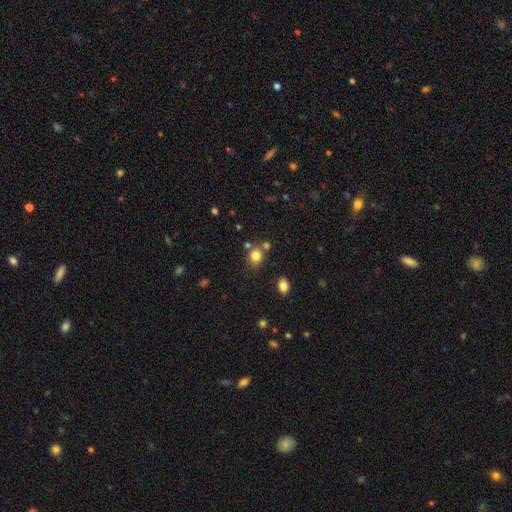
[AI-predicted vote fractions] Morphology: type=smooth (82%); roundness=round (57%); merging=none (68%).